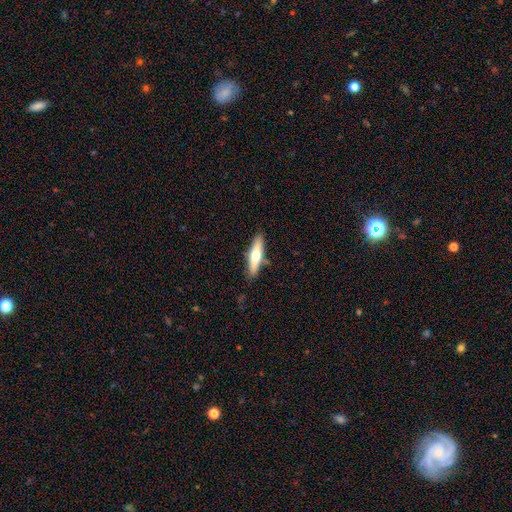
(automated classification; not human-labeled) Morphology: type=smooth (52%); roundness=cigar-shaped (71%); merging=none (86%).